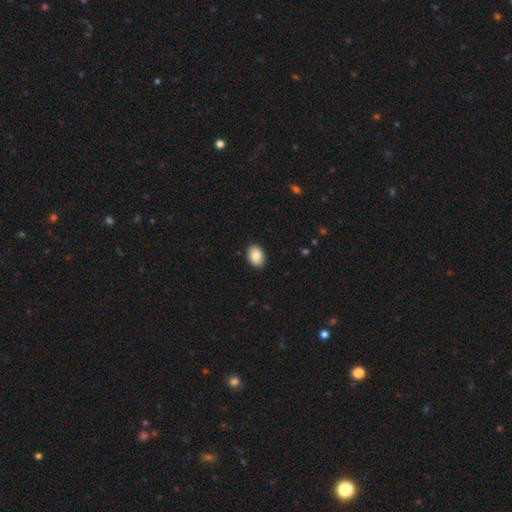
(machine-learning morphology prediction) Smooth or featured? smooth (86%)
How rounded? in between (81%)
Merging? none (90%)